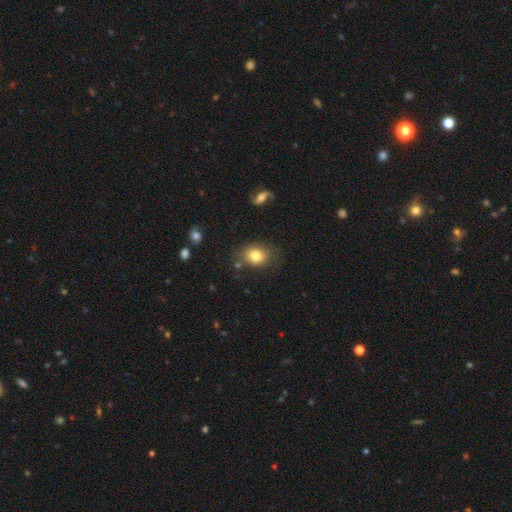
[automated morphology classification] Smooth or featured: smooth — 80% (star or artifact — 10%)
How rounded: in between — 50% (round — 49%)
Merging: none — 76% (minor disturbance — 16%)